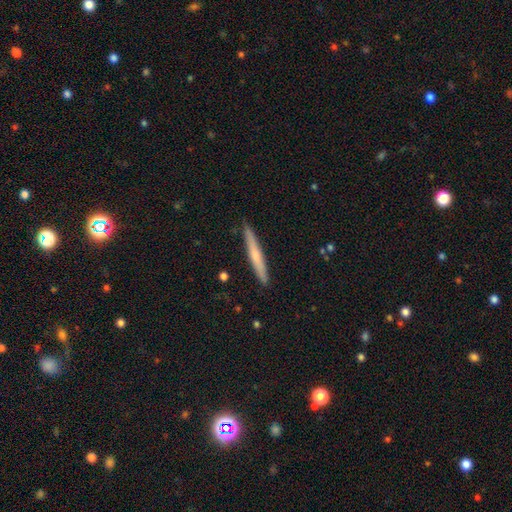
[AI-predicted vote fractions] Overall: smooth (48%; featured or disk 46%). Merging: none (90%).